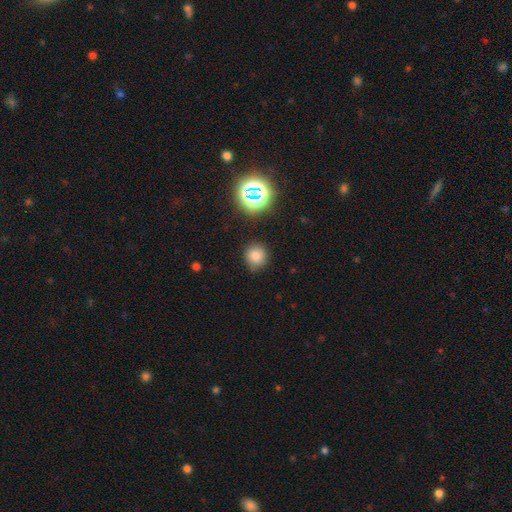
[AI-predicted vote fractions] Smooth or featured?
  - smooth: 77% *
  - star or artifact: 17%
  - featured or disk: 7%
How rounded?
  - round: 83% *
  - in between: 16%
  - cigar-shaped: 1%
Merging?
  - none: 78% *
  - minor disturbance: 16%
  - major disturbance: 4%
  - merger: 2%